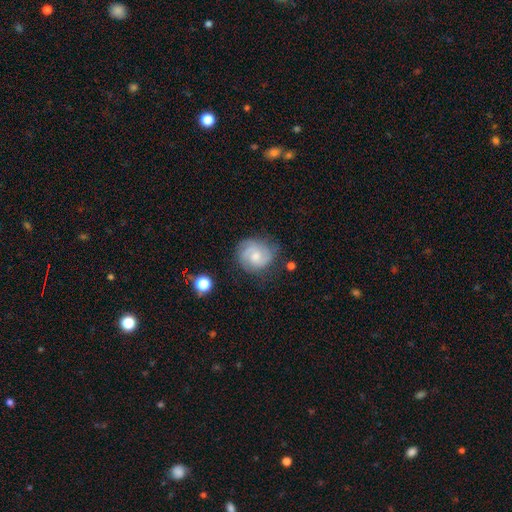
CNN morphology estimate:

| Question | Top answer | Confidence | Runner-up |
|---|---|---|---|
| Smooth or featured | featured or disk | 58% | smooth (35%) |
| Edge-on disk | no | 98% | yes (2%) |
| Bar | no | 62% | weak (34%) |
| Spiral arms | yes | 90% | no (10%) |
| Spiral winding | tight | 47% | medium (40%) |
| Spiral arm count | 2 | 54% | can't tell (22%) |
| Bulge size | moderate | 48% | small (37%) |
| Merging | none | 70% | minor disturbance (20%) |